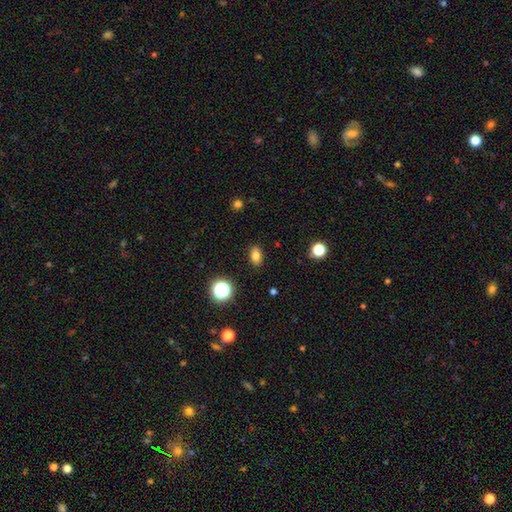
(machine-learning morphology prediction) smooth_or_featured: smooth (p=0.80) [alt: star or artifact p=0.12]
how_rounded: in between (p=0.83) [alt: round p=0.14]
merging: none (p=0.89) [alt: minor disturbance p=0.08]